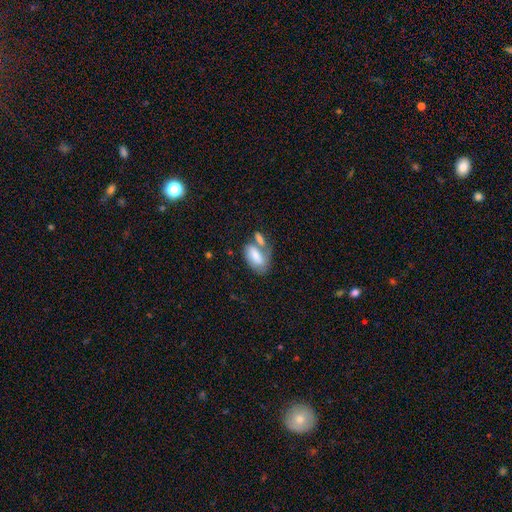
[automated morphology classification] Smooth or featured: smooth — 69% (featured or disk — 24%)
How rounded: in between — 91% (round — 5%)
Merging: merger — 46% (none — 28%)